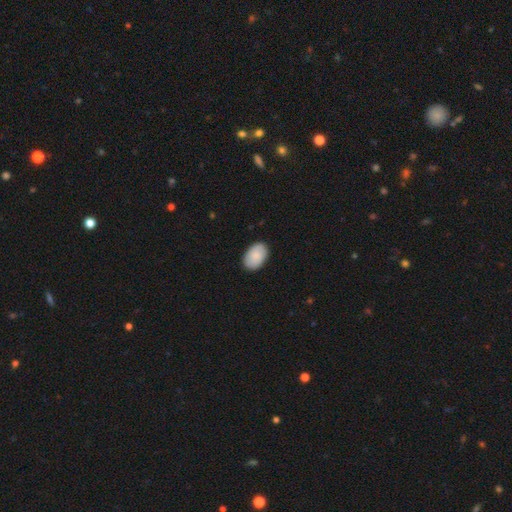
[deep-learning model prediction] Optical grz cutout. It shows a smooth galaxy with no disk features (86%) that is in between round and cigar-shaped (88%). Merging: none (87%).